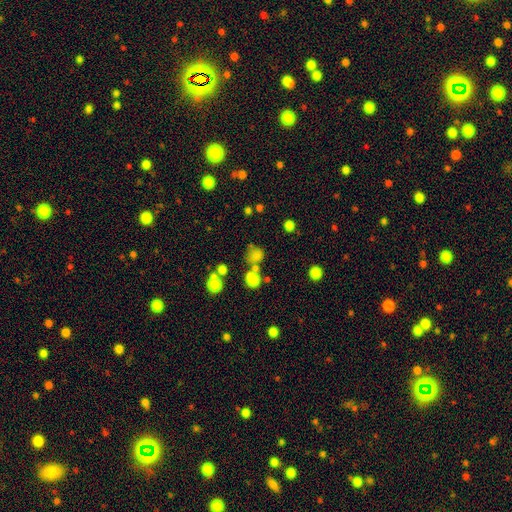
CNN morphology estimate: A smooth galaxy with no disk features (72%) that is round (68%).

Vote fractions:
- Smooth or featured? smooth: 72% / star or artifact: 19% / featured or disk: 8%
- How rounded? round: 68% / in between: 31% / cigar-shaped: 1%
- Merging? none: 52% / merger: 23% / minor disturbance: 16% / major disturbance: 9%